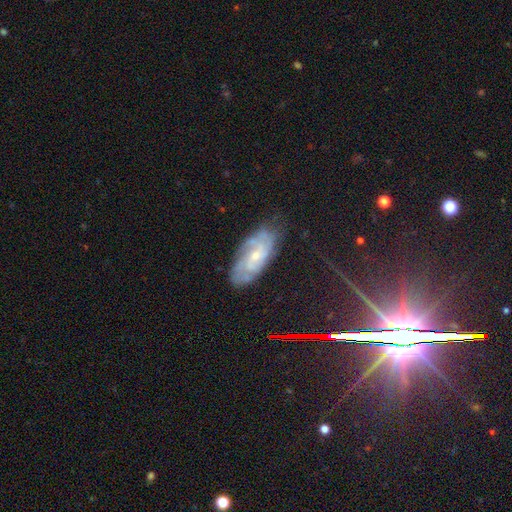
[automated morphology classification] The model was most divided on "spiral arm count": can't tell: 44%, 2: 19%, 3: 16%, 4: 12%, more than 4: 5%, 1: 4%. More confident: spiral arms — yes (92%); edge-on disk — no (91%); smooth or featured — featured or disk (75%); merging — none (74%); bar — no (64%); bulge size — small (64%); spiral winding — tight (60%).